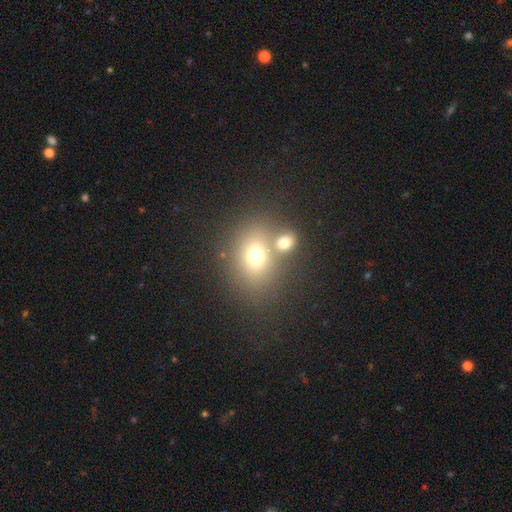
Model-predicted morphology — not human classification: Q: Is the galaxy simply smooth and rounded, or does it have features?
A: smooth — 69%.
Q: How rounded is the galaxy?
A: in between — 52%.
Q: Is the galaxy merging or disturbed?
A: none — 49%.